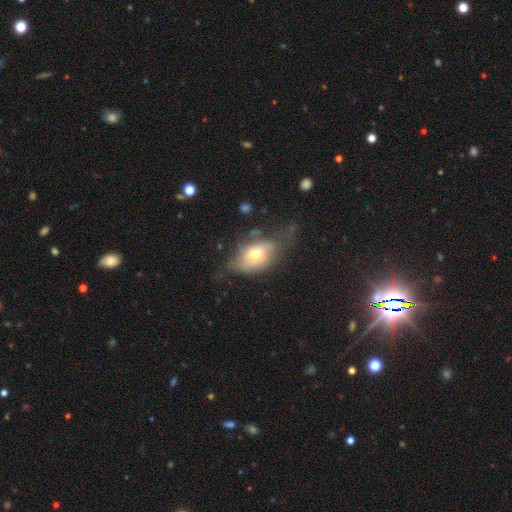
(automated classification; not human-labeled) smooth-or-featured: smooth: 59% | featured or disk: 32% | star or artifact: 9%
  how-rounded: in between: 83% | round: 14% | cigar-shaped: 3%
  merging: none: 41% | minor disturbance: 32% | major disturbance: 24% | merger: 3%